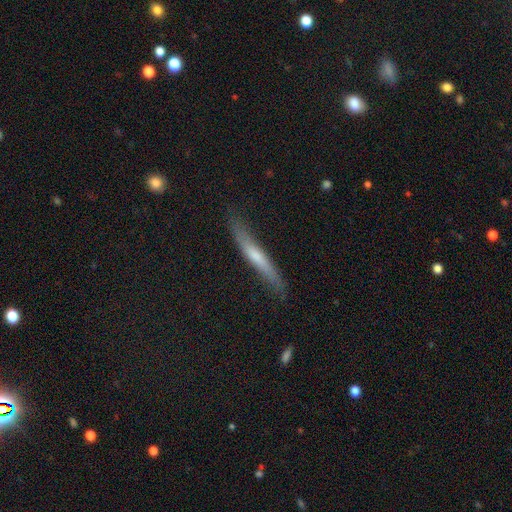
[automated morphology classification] Overall: smooth (49%; featured or disk 44%). Merging: none (79%).